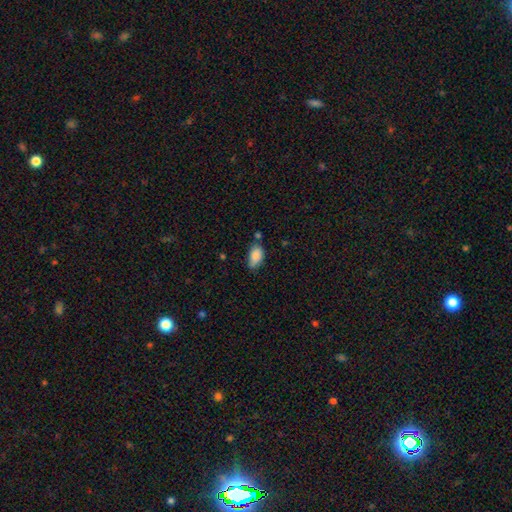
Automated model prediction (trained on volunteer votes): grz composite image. It shows a smooth galaxy with no disk features (85%) that is in between round and cigar-shaped (92%). Merging: none (55%).